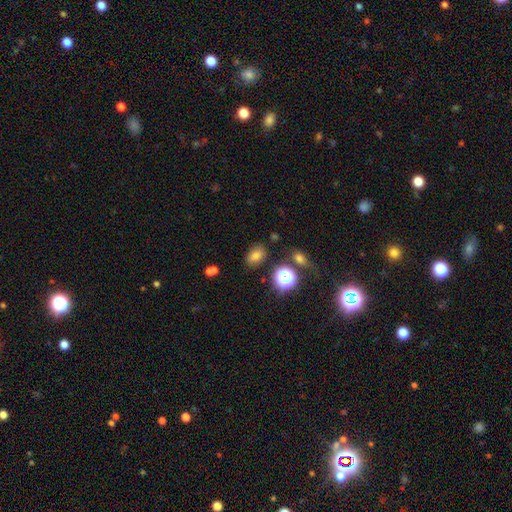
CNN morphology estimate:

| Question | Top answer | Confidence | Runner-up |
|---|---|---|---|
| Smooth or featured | smooth | 72% | star or artifact (19%) |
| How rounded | in between | 77% | round (22%) |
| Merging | none | 81% | minor disturbance (11%) |